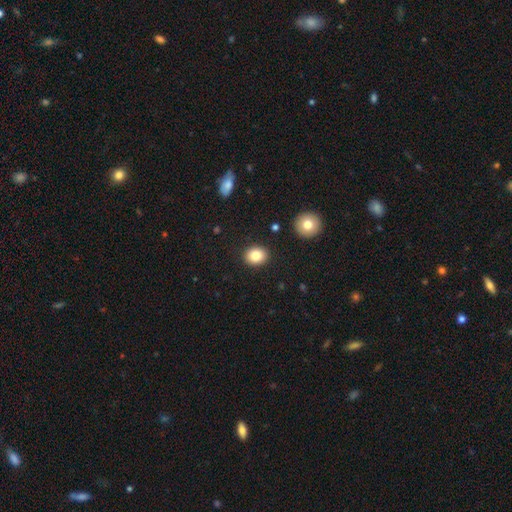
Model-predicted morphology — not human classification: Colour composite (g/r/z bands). It shows a smooth galaxy with no disk features (84%) that is round (51%). Merging: none (89%).